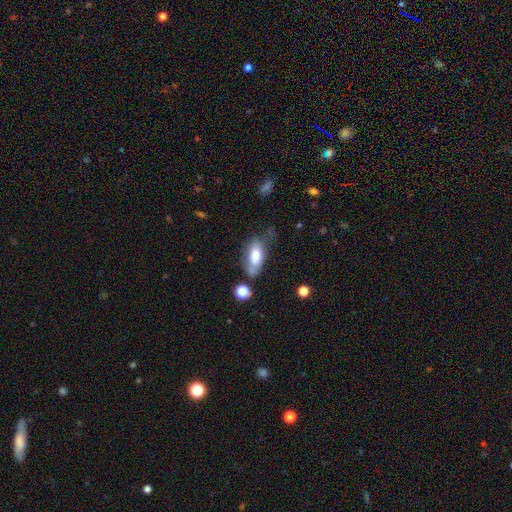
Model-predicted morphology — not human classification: A smooth galaxy with no disk features (68%) that is in between round and cigar-shaped (86%).

Vote fractions:
- Smooth or featured? smooth: 68% / featured or disk: 25% / star or artifact: 7%
- How rounded? in between: 86% / cigar-shaped: 11% / round: 3%
- Merging? none: 48% / minor disturbance: 29% / major disturbance: 15% / merger: 9%